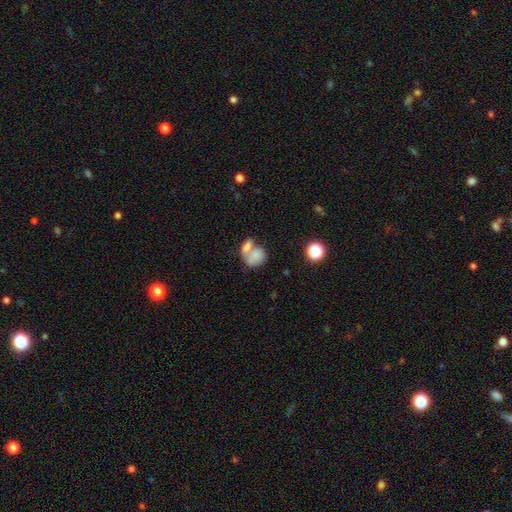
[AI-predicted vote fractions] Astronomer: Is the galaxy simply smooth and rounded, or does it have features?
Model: smooth — 75%.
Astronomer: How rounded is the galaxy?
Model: in between — 58% (runner-up: round, 40%).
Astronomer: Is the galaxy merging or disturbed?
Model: merger — 61%.